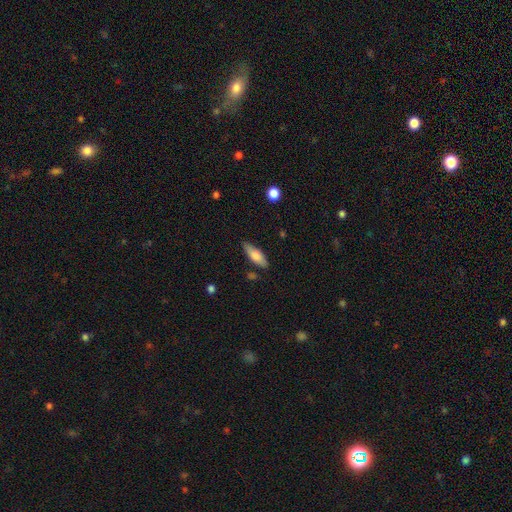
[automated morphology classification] Smooth or featured? Predicted: smooth (p=0.76). How rounded? Predicted: in between (p=0.62). Merging? Predicted: none (p=0.80).